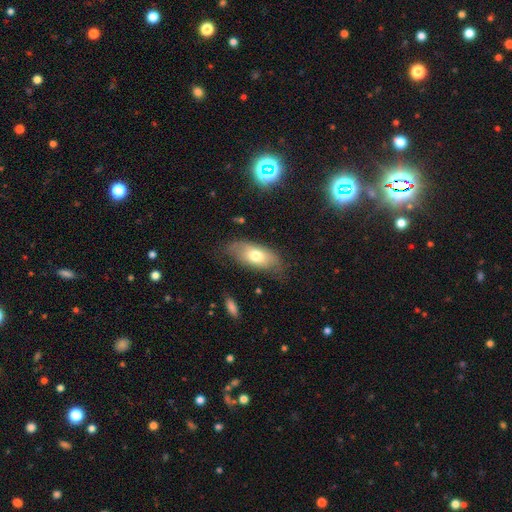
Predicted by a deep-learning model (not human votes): Smooth or featured? Predicted: smooth (p=0.65). How rounded? Predicted: in between (p=0.89). Merging? Predicted: none (p=0.64).